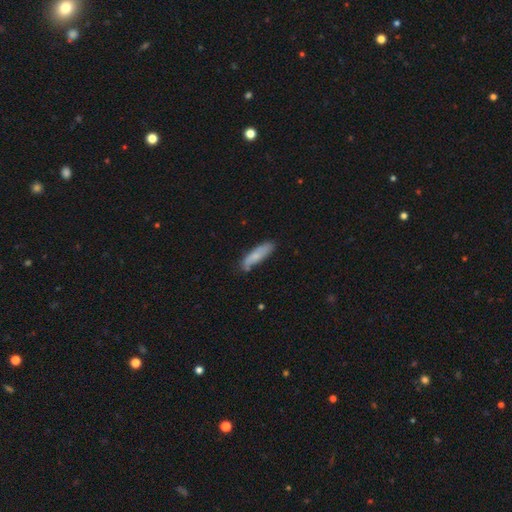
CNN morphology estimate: Overall: smooth (74%). How rounded: cigar-shaped (67%; in between 32%). Merging: none (71%).